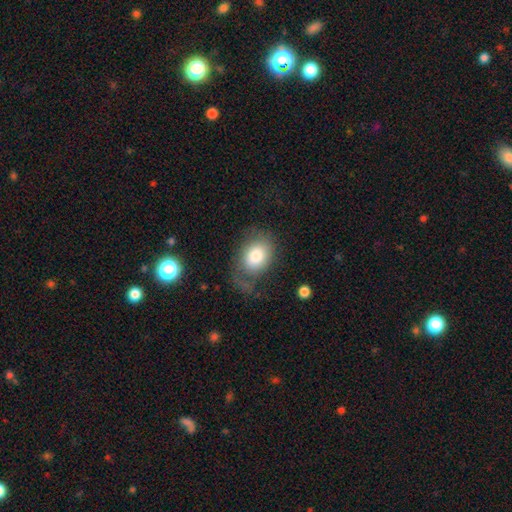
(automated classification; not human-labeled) Overall: smooth (77%). How rounded: in between (71%). Merging: none (46%; minor disturbance 27%).